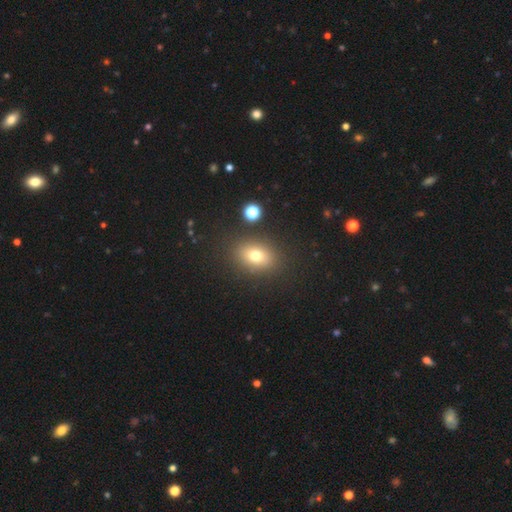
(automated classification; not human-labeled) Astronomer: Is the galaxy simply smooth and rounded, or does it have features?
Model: smooth — 73%.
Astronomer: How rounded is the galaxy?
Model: in between — 68%.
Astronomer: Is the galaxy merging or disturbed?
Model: none — 85%.